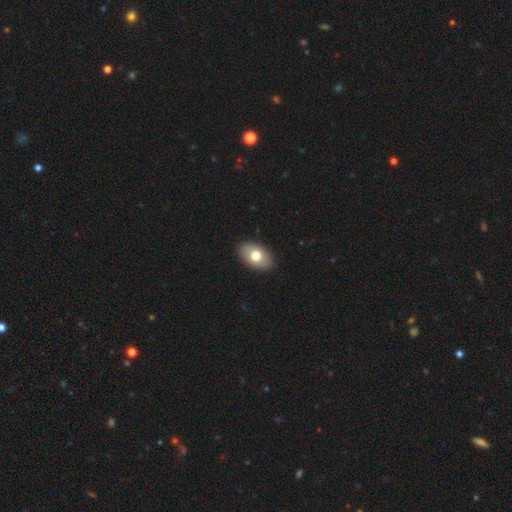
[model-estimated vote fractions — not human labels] Smooth or featured?
  - smooth: 75% *
  - featured or disk: 18%
  - star or artifact: 7%
How rounded?
  - in between: 90% *
  - round: 9%
  - cigar-shaped: 1%
Merging?
  - none: 89% *
  - minor disturbance: 8%
  - major disturbance: 2%
  - merger: 1%